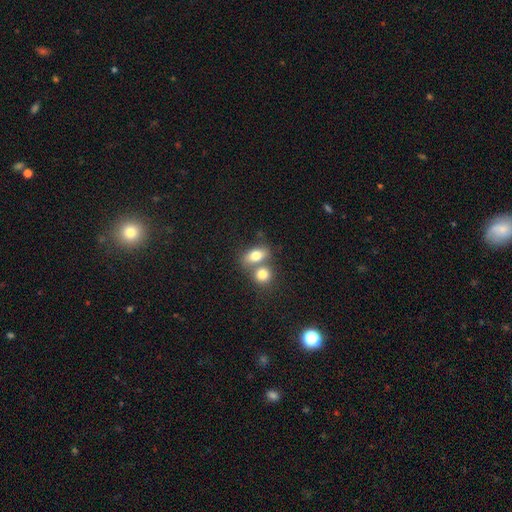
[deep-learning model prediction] A smooth galaxy with no disk features (79%) that is in between round and cigar-shaped (75%).

Vote fractions:
- Smooth or featured? smooth: 79% / featured or disk: 13% / star or artifact: 9%
- How rounded? in between: 75% / round: 22% / cigar-shaped: 3%
- Merging? merger: 50% / none: 37% / minor disturbance: 9% / major disturbance: 4%